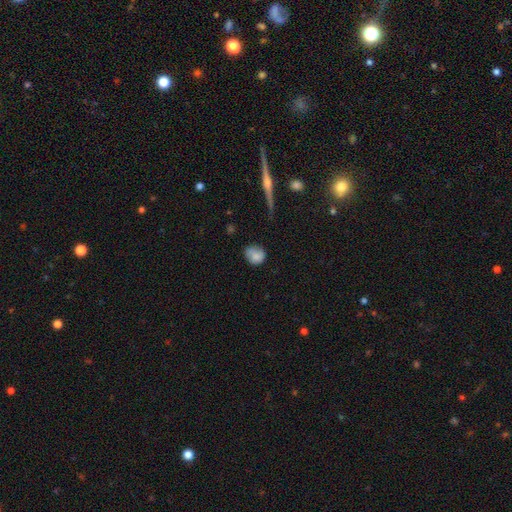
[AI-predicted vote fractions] The model was most divided on "merging": none: 62%, minor disturbance: 28%, major disturbance: 8%, merger: 3%. More confident: smooth or featured — smooth (78%); how rounded — round (69%).